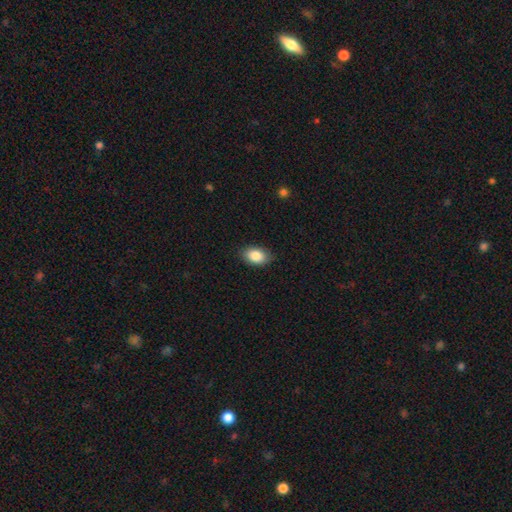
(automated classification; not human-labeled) The model was most divided on "merging": none: 85%, minor disturbance: 12%, major disturbance: 2%, merger: 1%. More confident: how rounded — in between (88%); smooth or featured — smooth (86%).